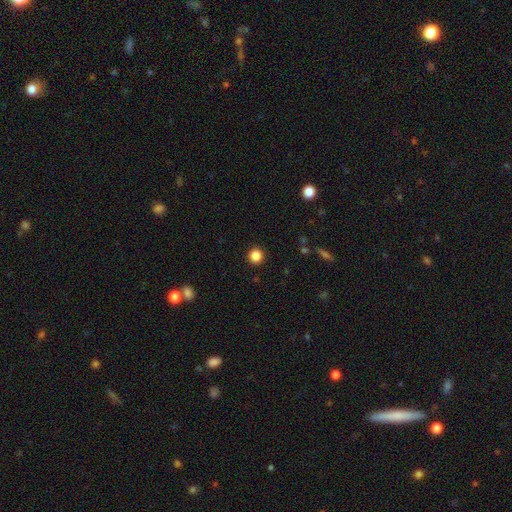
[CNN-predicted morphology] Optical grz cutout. It shows a smooth galaxy with no disk features (85%) that is round (93%). Merging: none (92%).